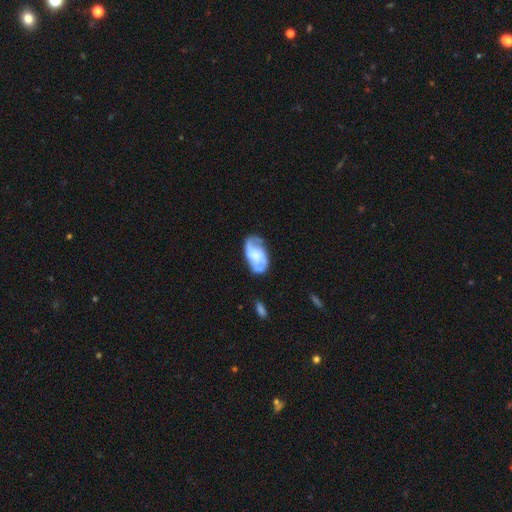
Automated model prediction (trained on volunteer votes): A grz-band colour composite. It shows a featured or disk galaxy (68%) with no bar (59%), 2 (58%) medium (43%) spiral arms (82%) and no central bulge (32%). Merging: none (54%).